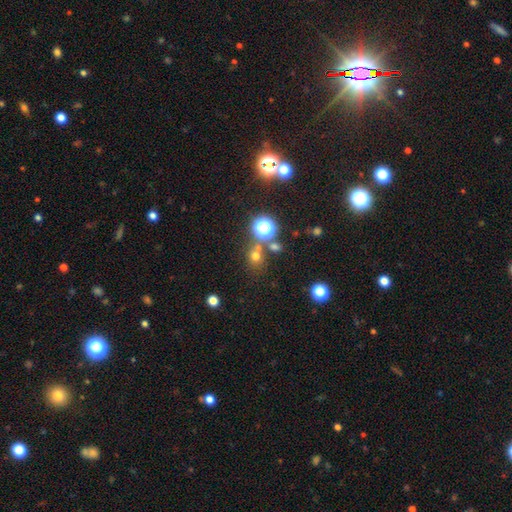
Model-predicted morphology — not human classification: This is likely a smooth galaxy (63%). How rounded: likely round (78%). Merging: likely none (67%).